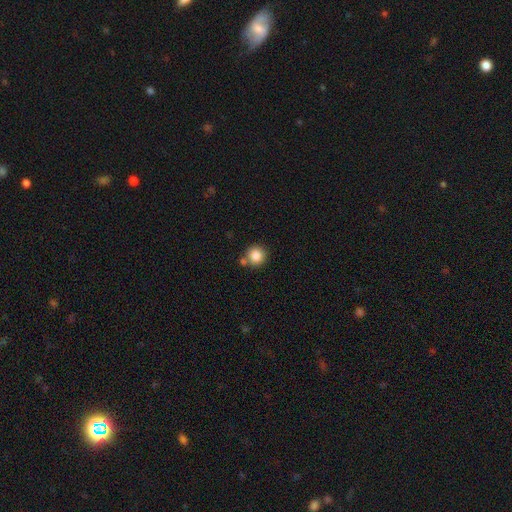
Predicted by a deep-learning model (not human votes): A smooth galaxy with no disk features (85%) that is round (94%).

Vote fractions:
- Smooth or featured? smooth: 85% / star or artifact: 10% / featured or disk: 5%
- How rounded? round: 94% / in between: 5% / cigar-shaped: 1%
- Merging? none: 73% / merger: 16% / minor disturbance: 9% / major disturbance: 3%